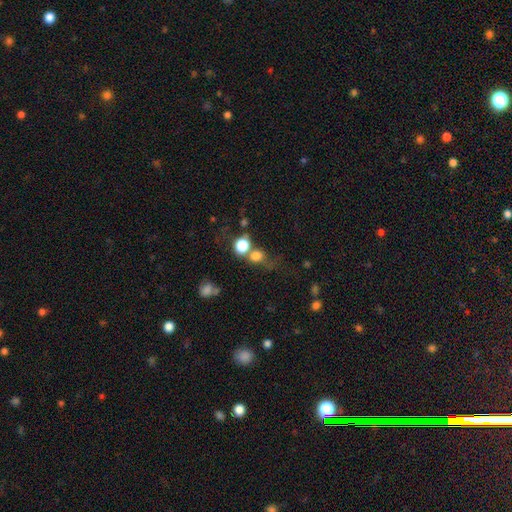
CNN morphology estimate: Smooth or featured: smooth — 75% (star or artifact — 16%)
How rounded: round — 74% (in between — 24%)
Merging: none — 46% (merger — 35%)